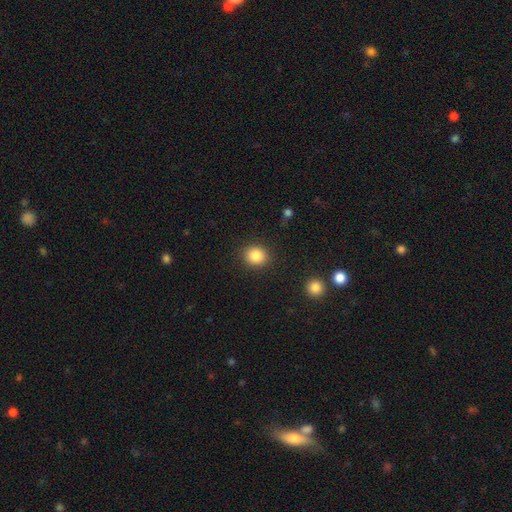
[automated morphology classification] Smooth or featured?
  - smooth: 85% *
  - star or artifact: 9%
  - featured or disk: 5%
How rounded?
  - round: 75% *
  - in between: 24%
  - cigar-shaped: 1%
Merging?
  - none: 89% *
  - minor disturbance: 7%
  - major disturbance: 2%
  - merger: 1%